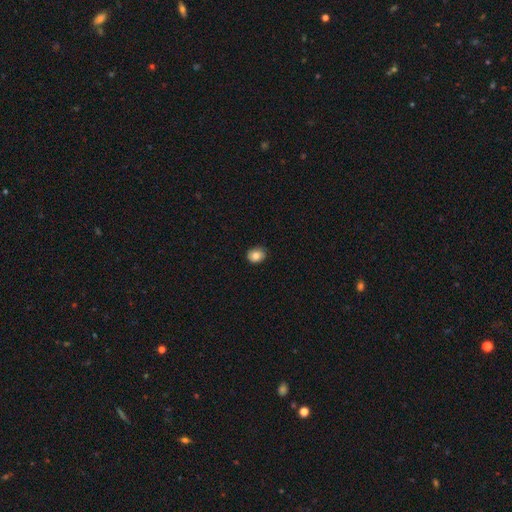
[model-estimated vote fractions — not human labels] Smooth or featured? Predicted: smooth (p=0.81). How rounded? Predicted: round (p=0.57). Merging? Predicted: none (p=0.81).